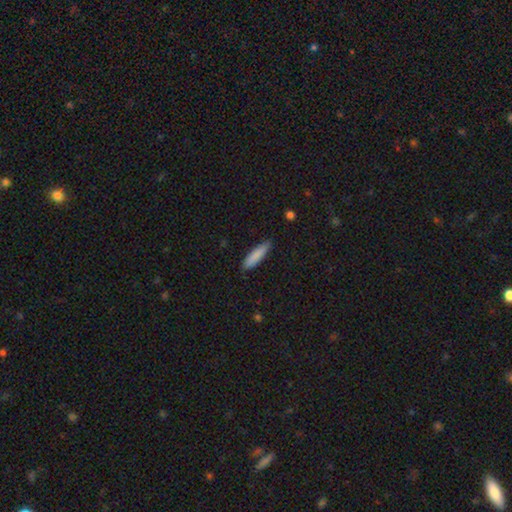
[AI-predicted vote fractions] A smooth galaxy with no disk features (86%) that is cigar-shaped (74%). Merging: none (85%).